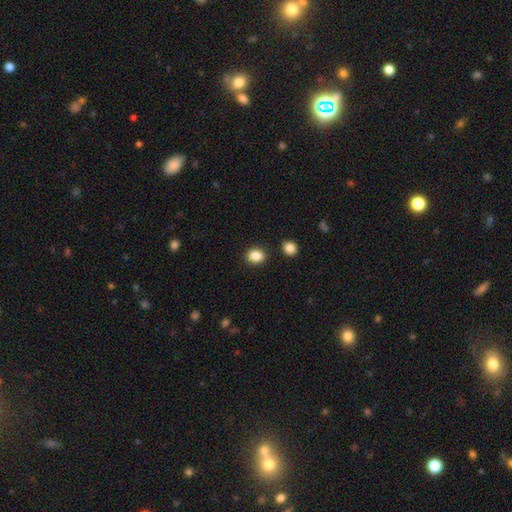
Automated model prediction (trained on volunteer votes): smooth 86%, star or artifact 9%, featured or disk 4%. Down the decision tree: how rounded — in between (51%); merging — none (87%).